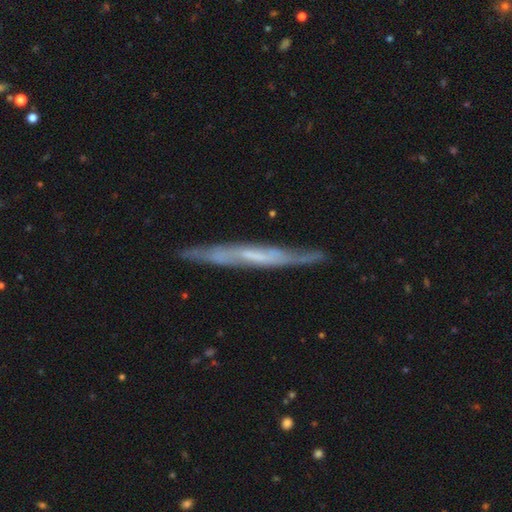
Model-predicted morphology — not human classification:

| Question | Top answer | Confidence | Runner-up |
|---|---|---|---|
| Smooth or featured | featured or disk | 68% | smooth (26%) |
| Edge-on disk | yes | 85% | no (15%) |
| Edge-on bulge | none | 77% | rounded (14%) |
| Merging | none | 81% | minor disturbance (15%) |